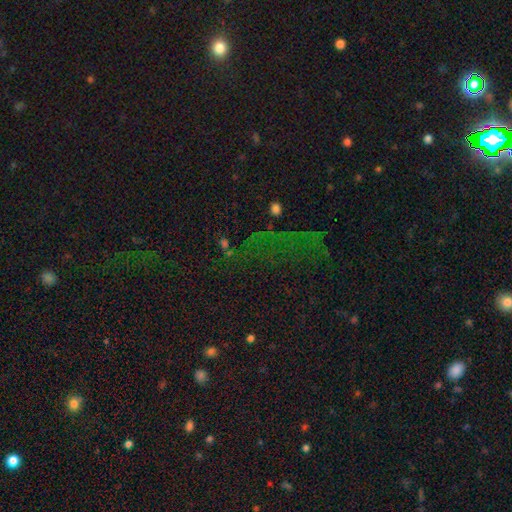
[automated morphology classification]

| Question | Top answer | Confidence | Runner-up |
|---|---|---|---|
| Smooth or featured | star or artifact | 69% | smooth (19%) |